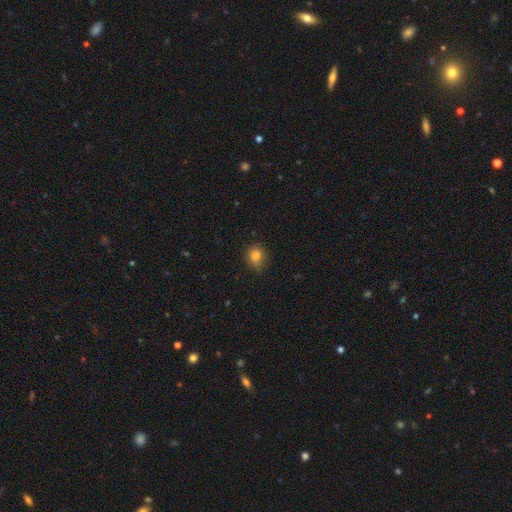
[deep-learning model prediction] smooth-or-featured: smooth: 81% | star or artifact: 12% | featured or disk: 7%
  how-rounded: round: 77% | in between: 22% | cigar-shaped: 1%
  merging: none: 71% | minor disturbance: 23% | major disturbance: 5% | merger: 1%